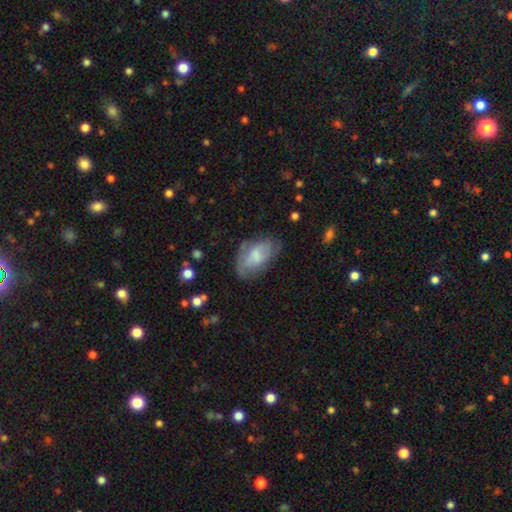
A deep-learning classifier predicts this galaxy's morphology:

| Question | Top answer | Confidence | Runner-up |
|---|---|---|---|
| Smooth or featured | smooth | 57% | featured or disk (36%) |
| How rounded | in between | 92% | round (6%) |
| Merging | none | 52% | minor disturbance (30%) |